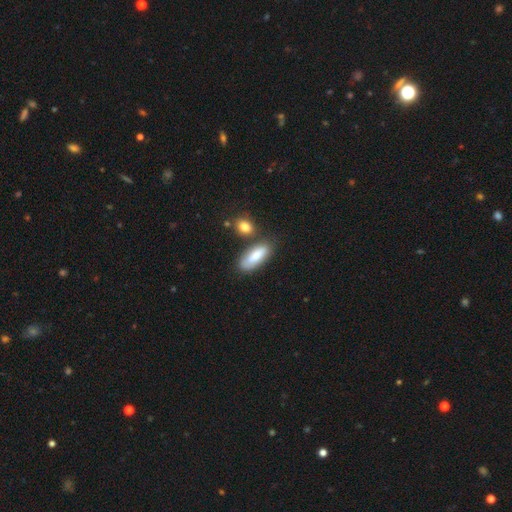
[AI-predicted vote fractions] This is likely a smooth galaxy (80%). How rounded: likely in between (67%). Merging: likely none (65%).